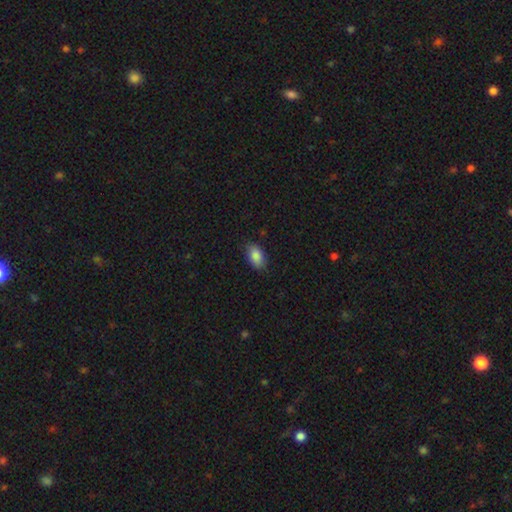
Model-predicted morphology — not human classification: Q: Smooth or featured?
A: smooth (88%); runner-up: star or artifact (7%)
Q: How rounded?
A: in between (91%); runner-up: round (8%)
Q: Merging?
A: none (82%); runner-up: minor disturbance (14%)